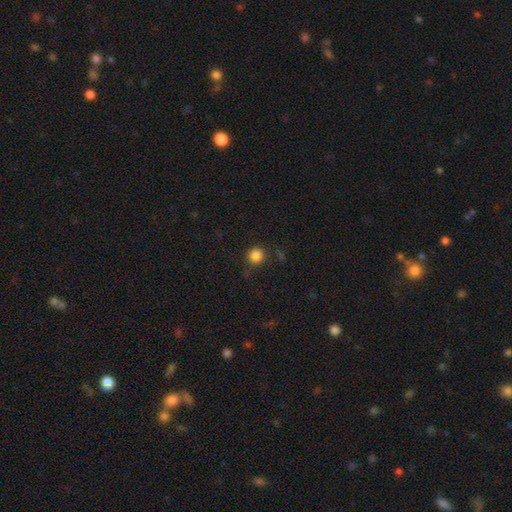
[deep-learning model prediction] The model was most divided on "merging": none: 65%, minor disturbance: 16%, merger: 13%, major disturbance: 6%. More confident: how rounded — round (82%); smooth or featured — smooth (73%).